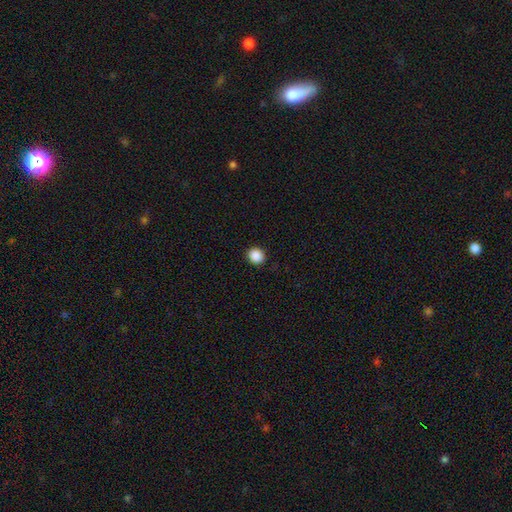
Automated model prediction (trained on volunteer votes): Q: Smooth or featured?
A: smooth (88%); runner-up: star or artifact (9%)
Q: How rounded?
A: round (87%); runner-up: in between (12%)
Q: Merging?
A: none (92%); runner-up: minor disturbance (6%)